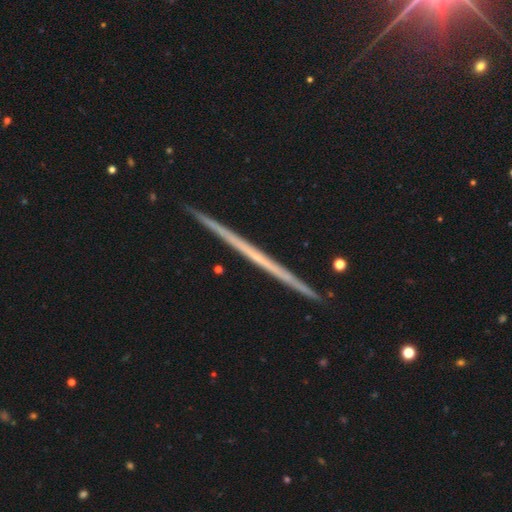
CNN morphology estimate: The model was most divided on "smooth or featured": featured or disk: 71%, smooth: 19%, star or artifact: 10%. More confident: edge-on disk — yes (98%); merging — none (91%); edge-on bulge — none (88%).